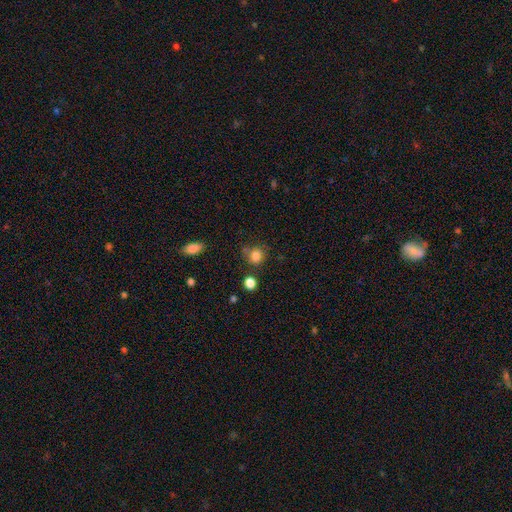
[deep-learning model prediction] Smooth or featured? Predicted: smooth (p=0.83). How rounded? Predicted: round (p=0.81). Merging? Predicted: none (p=0.71).